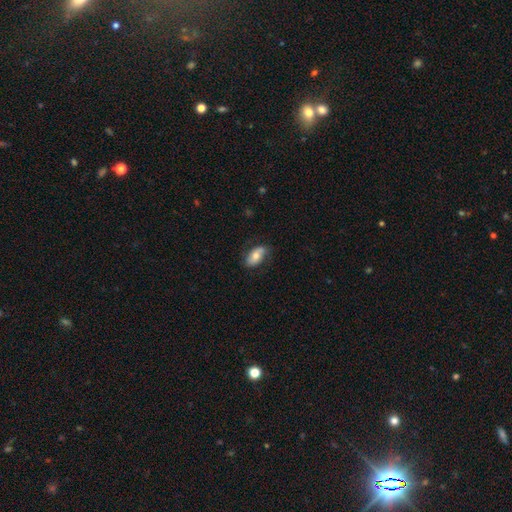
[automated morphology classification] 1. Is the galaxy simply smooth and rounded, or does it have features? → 64% smooth, 30% featured or disk, 6% star or artifact.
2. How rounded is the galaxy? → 91% in between, 5% round, 4% cigar-shaped.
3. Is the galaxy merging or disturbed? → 72% none, 20% minor disturbance, 6% major disturbance, 2% merger.